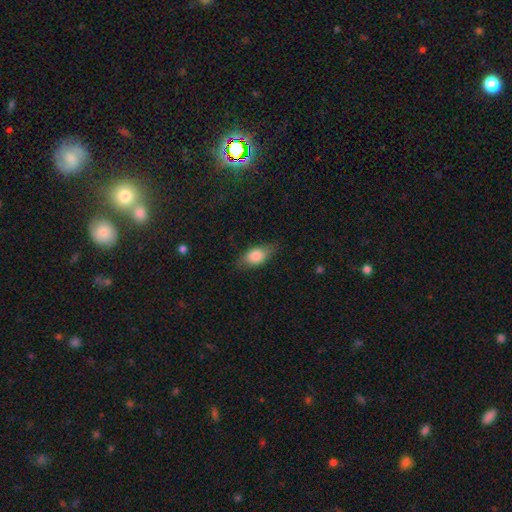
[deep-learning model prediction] This appears to be a smooth galaxy with no disk features (81%) that is in between round and cigar-shaped (85%). Merging: none (75%).